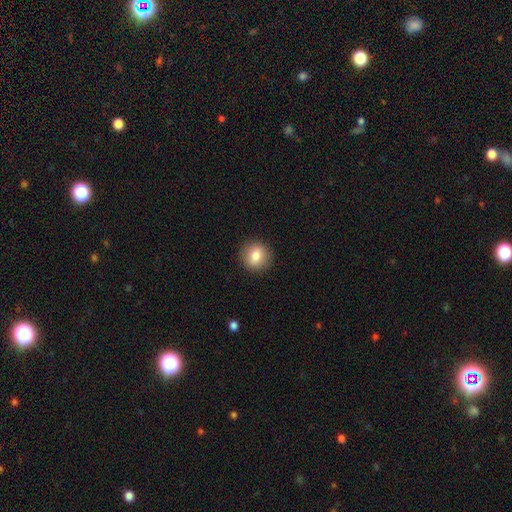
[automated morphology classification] Smooth or featured: smooth — 81% (featured or disk — 10%)
How rounded: round — 86% (in between — 13%)
Merging: none — 91% (minor disturbance — 6%)